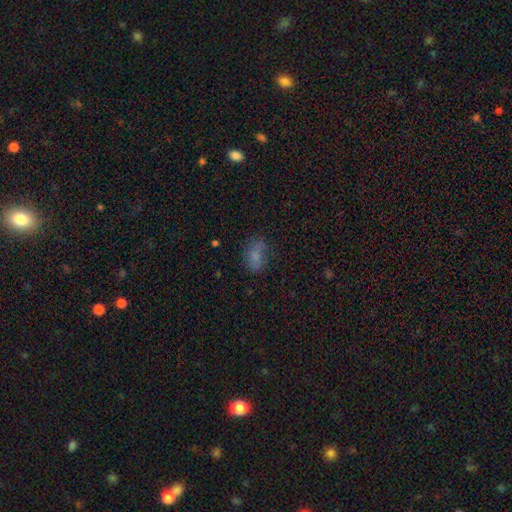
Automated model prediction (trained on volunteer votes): smooth-or-featured: smooth: 76% | star or artifact: 13% | featured or disk: 11%
  how-rounded: in between: 85% | round: 12% | cigar-shaped: 3%
  merging: none: 63% | minor disturbance: 24% | major disturbance: 10% | merger: 2%